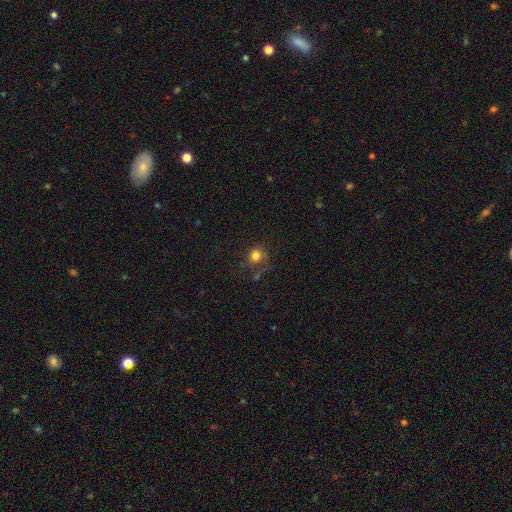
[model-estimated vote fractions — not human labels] This is likely a smooth galaxy (79%). How rounded: clearly round (85%). Merging: likely none (67%).